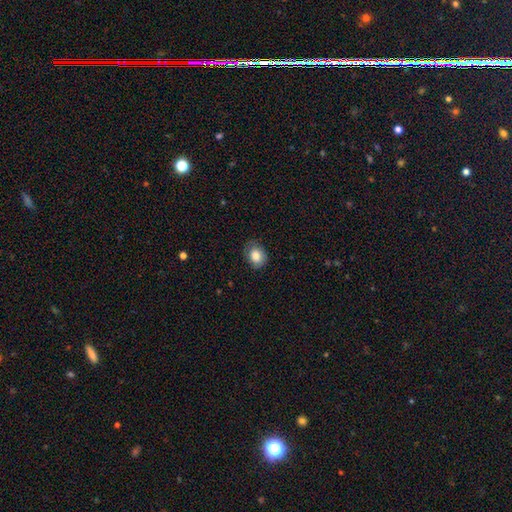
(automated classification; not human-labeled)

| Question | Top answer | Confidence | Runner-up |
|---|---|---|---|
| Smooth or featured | smooth | 80% | featured or disk (12%) |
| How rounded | in between | 56% | round (43%) |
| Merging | none | 76% | minor disturbance (18%) |